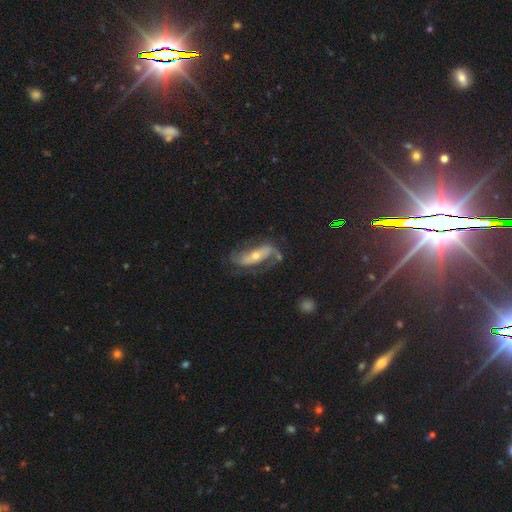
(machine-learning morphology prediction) smooth_or_featured: featured or disk (p=0.77) [alt: smooth p=0.16]
disk_edge_on: no (p=0.86) [alt: yes p=0.14]
bar: strong (p=0.41) [alt: no p=0.35]
has_spiral_arms: yes (p=0.90) [alt: no p=0.10]
spiral_winding: loose (p=0.46) [alt: medium p=0.36]
spiral_arm_count: 2 (p=0.82) [alt: 1 p=0.07]
bulge_size: moderate (p=0.48) [alt: small p=0.46]
merging: none (p=0.56) [alt: minor disturbance p=0.21]